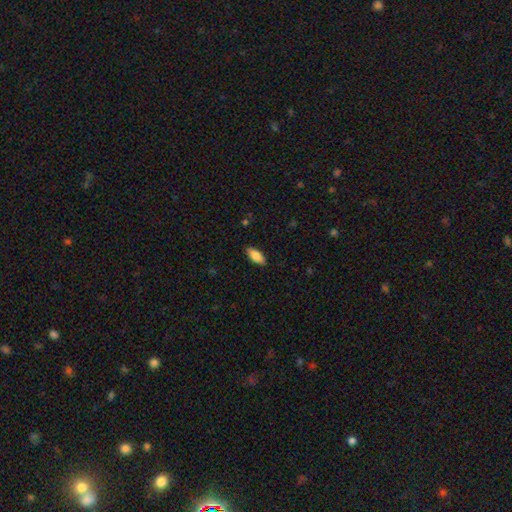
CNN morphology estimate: Smooth or featured?
  - smooth: 83% *
  - featured or disk: 10%
  - star or artifact: 6%
How rounded?
  - in between: 85% *
  - cigar-shaped: 13%
  - round: 2%
Merging?
  - none: 88% *
  - minor disturbance: 9%
  - major disturbance: 2%
  - merger: 1%